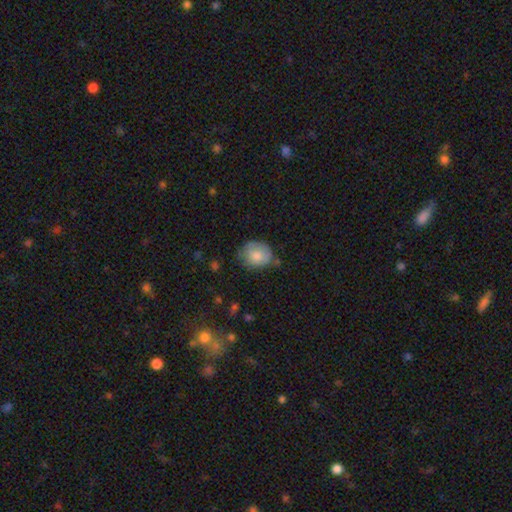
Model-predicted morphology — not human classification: smooth-or-featured: smooth: 79% | featured or disk: 13% | star or artifact: 8%
  how-rounded: round: 70% | in between: 29% | cigar-shaped: 1%
  merging: none: 62% | minor disturbance: 29% | major disturbance: 6% | merger: 3%